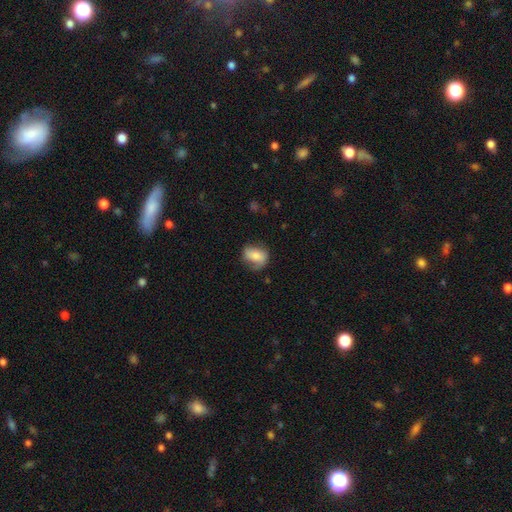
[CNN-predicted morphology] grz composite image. It shows a smooth galaxy with no disk features (65%) that is in between round and cigar-shaped (67%). Merging: none (55%).